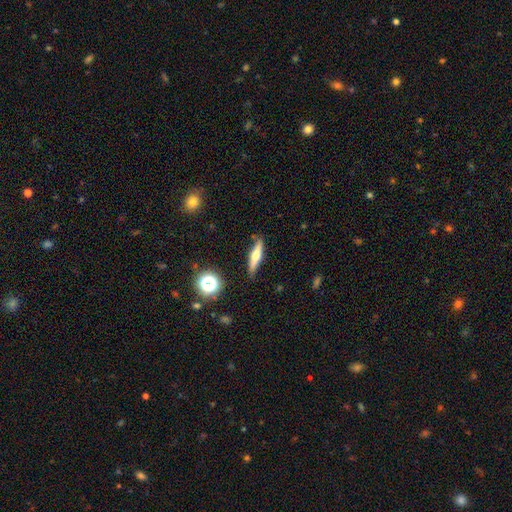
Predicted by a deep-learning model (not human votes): smooth_or_featured: featured or disk (p=0.55) [alt: smooth p=0.38]
disk_edge_on: yes (p=0.94) [alt: no p=0.06]
edge_on_bulge: rounded (p=0.91) [alt: boxy p=0.05]
merging: none (p=0.85) [alt: minor disturbance p=0.11]